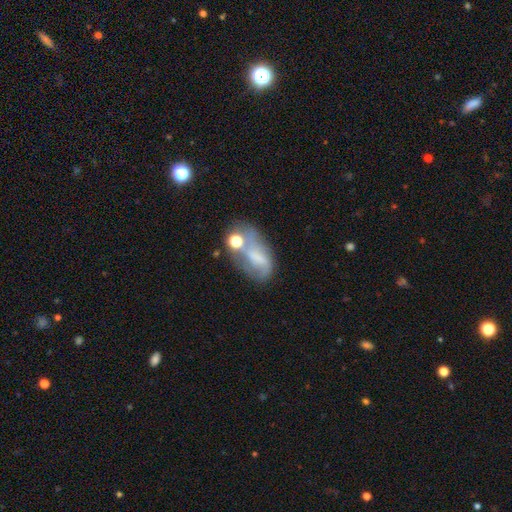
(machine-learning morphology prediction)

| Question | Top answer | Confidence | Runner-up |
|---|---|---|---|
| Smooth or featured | featured or disk | 44% | smooth (42%) |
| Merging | none | 31% | major disturbance (25%) |